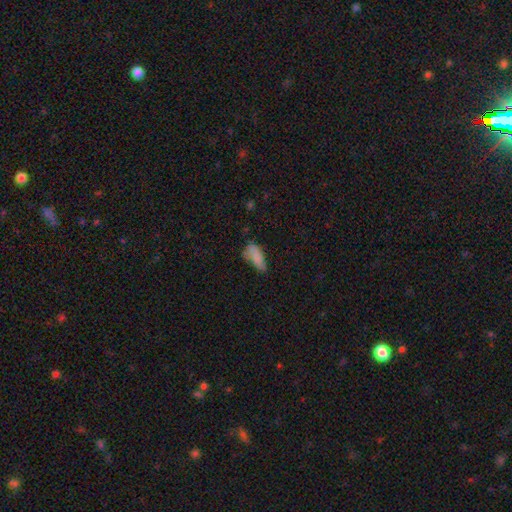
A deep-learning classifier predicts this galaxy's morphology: The model was most divided on "merging": minor disturbance: 37%, none: 32%, major disturbance: 25%, merger: 6%. More confident: how rounded — in between (85%); smooth or featured — smooth (73%).